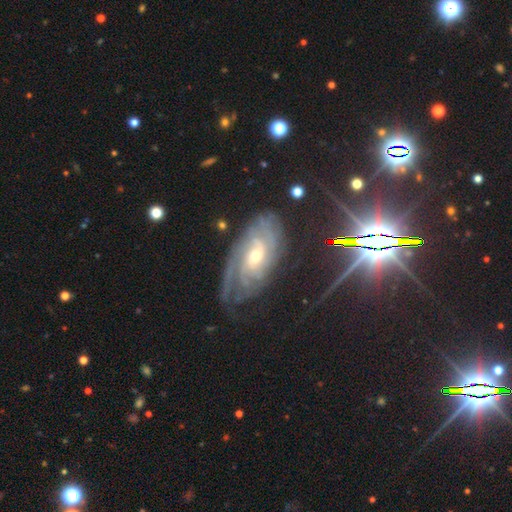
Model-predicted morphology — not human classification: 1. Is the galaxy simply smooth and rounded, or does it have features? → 82% featured or disk, 10% star or artifact, 8% smooth.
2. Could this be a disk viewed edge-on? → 93% no, 7% yes.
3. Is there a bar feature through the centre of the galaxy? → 55% no, 34% weak, 11% strong.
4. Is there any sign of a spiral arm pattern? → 96% yes, 4% no.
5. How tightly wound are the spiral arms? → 70% tight, 24% medium, 5% loose.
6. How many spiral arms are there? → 40% can't tell, 20% 3, 16% 2, 12% 4, 7% more than 4, 6% 1.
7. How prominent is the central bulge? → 58% moderate, 36% small, 4% large, 1% none, 1% dominant.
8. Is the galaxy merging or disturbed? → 71% none, 20% minor disturbance, 8% major disturbance, 1% merger.